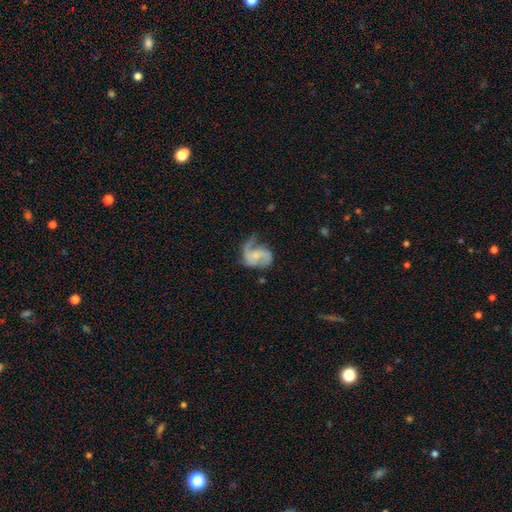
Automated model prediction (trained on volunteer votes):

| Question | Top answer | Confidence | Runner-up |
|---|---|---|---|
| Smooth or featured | featured or disk | 73% | smooth (20%) |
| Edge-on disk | no | 98% | yes (2%) |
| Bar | no | 55% | weak (36%) |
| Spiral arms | yes | 89% | no (11%) |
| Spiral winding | loose | 44% | medium (42%) |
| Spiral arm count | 2 | 66% | 1 (16%) |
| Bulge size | small | 46% | none (27%) |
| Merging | none | 37% | major disturbance (33%) |